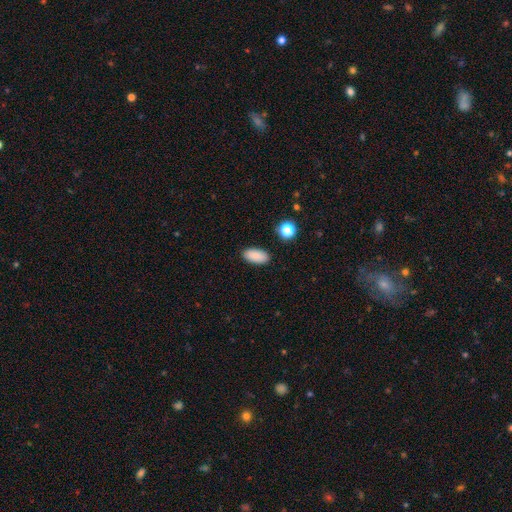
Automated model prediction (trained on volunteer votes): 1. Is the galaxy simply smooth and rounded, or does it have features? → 87% smooth, 8% star or artifact, 5% featured or disk.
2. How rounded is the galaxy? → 92% in between, 5% cigar-shaped, 3% round.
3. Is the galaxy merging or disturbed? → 89% none, 8% minor disturbance, 2% major disturbance, 2% merger.